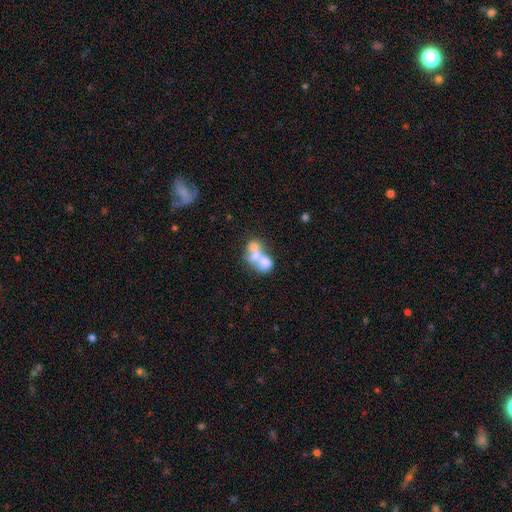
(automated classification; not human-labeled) The model was most divided on "smooth or featured": smooth: 53%, featured or disk: 36%, star or artifact: 11%. More confident: merging — merger (71%); how rounded — in between (59%).